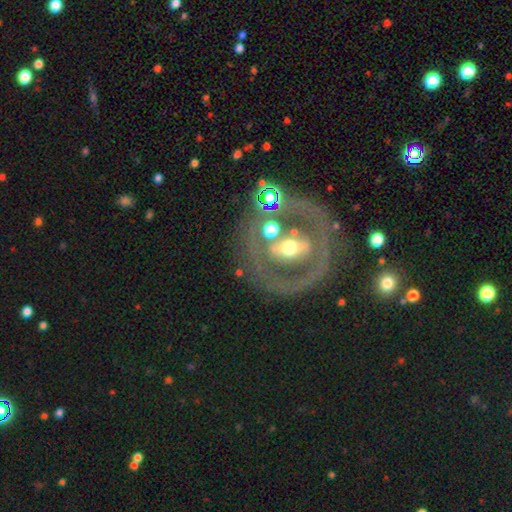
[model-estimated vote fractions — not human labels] This is likely a featured or disk galaxy (72%). It is clearly not viewed edge-on (94%). Bar: marginally no (37%). Spiral arm pattern: possibly yes (53%). Central bulge: possibly moderate (56%). Merging: likely none (69%).